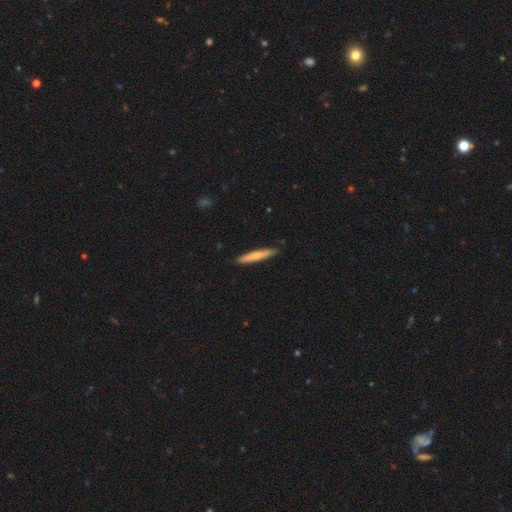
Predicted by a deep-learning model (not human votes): A smooth galaxy with no disk features (68%) that is cigar-shaped (93%). Merging: none (87%).